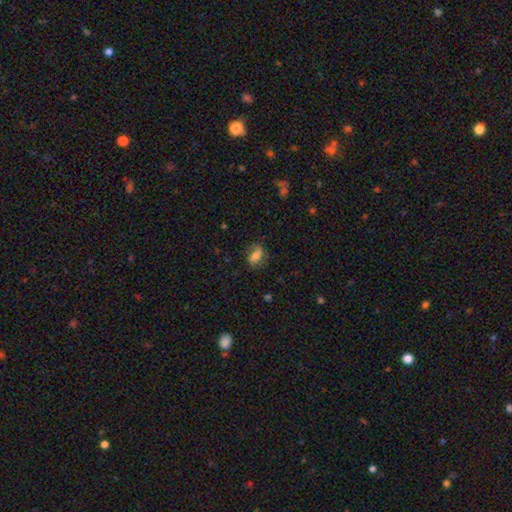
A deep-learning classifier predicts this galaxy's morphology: A smooth galaxy with no disk features (55%) that is in between round and cigar-shaped (79%). Merging: none (62%).